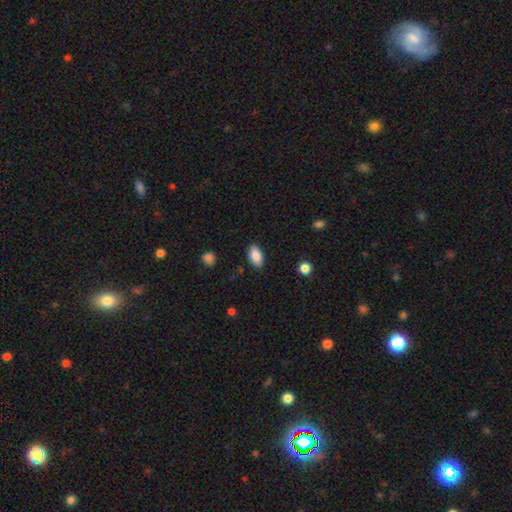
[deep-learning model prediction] This is clearly a smooth galaxy (88%). How rounded: clearly in between (93%). Merging: clearly none (87%).